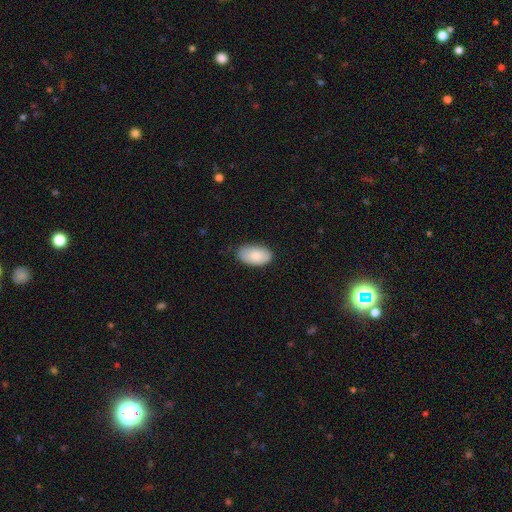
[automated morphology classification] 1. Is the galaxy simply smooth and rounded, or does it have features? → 85% smooth, 9% featured or disk, 6% star or artifact.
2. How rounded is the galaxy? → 95% in between, 3% round, 1% cigar-shaped.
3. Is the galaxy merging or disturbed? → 81% none, 16% minor disturbance, 3% major disturbance, 1% merger.